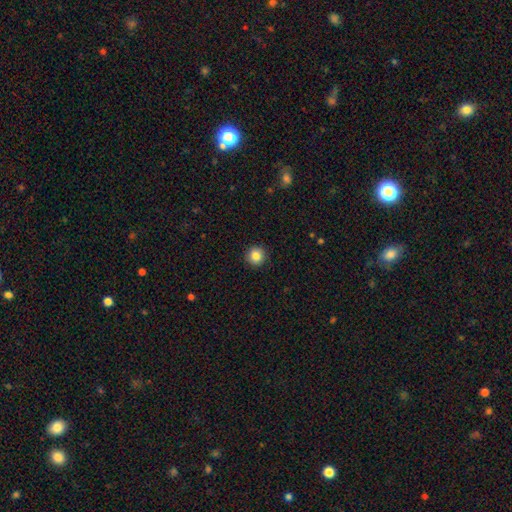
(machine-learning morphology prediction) type=smooth (85%); roundness=round (95%); merging=none (92%).